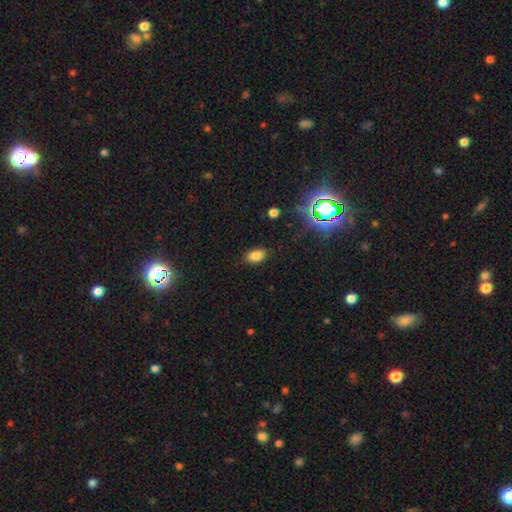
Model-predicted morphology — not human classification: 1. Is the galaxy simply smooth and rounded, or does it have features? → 81% smooth, 13% star or artifact, 6% featured or disk.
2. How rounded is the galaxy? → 89% in between, 9% round, 2% cigar-shaped.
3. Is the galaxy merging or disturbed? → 84% none, 12% minor disturbance, 3% major disturbance, 1% merger.